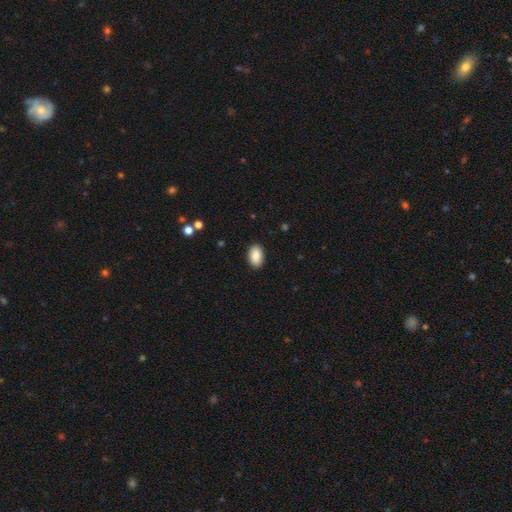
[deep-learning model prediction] Smooth or featured: smooth — 89% (star or artifact — 7%)
How rounded: in between — 92% (round — 6%)
Merging: none — 90% (minor disturbance — 7%)